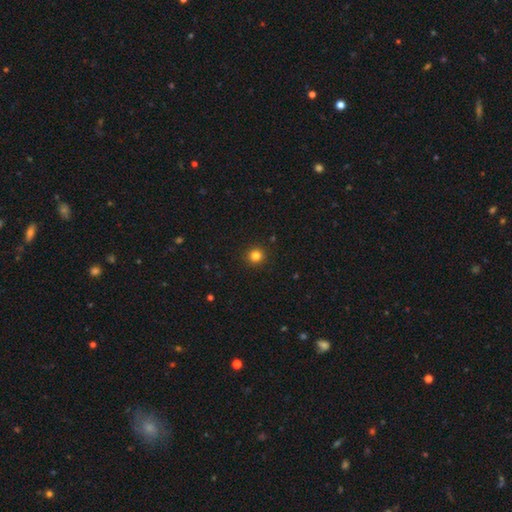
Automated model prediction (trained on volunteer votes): This is clearly a smooth galaxy (83%). How rounded: clearly round (94%). Merging: clearly none (93%).